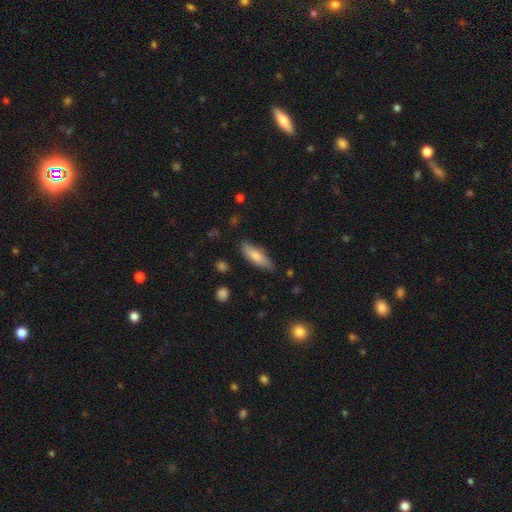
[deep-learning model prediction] Overall: smooth (76%). How rounded: in between (52%; cigar-shaped 46%). Merging: none (79%).